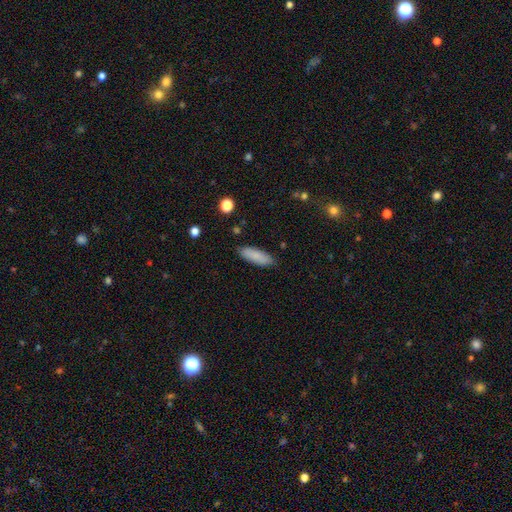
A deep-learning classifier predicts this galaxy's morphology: smooth 83%, featured or disk 10%, star or artifact 7%. Down the decision tree: how rounded — in between (61%); merging — none (86%).